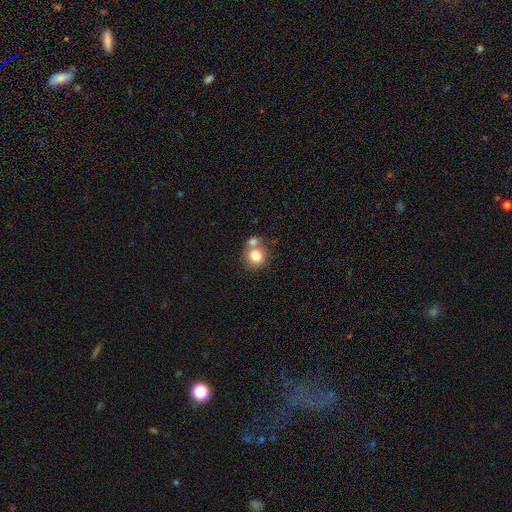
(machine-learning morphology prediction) smooth-or-featured: smooth: 79% | featured or disk: 11% | star or artifact: 9%
  how-rounded: round: 81% | in between: 18% | cigar-shaped: 1%
  merging: none: 48% | merger: 40% | minor disturbance: 9% | major disturbance: 3%